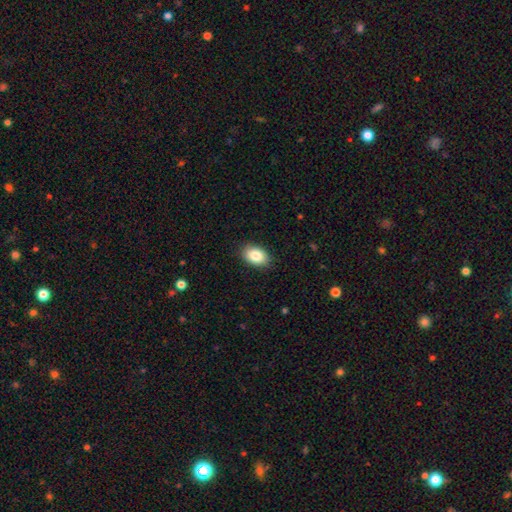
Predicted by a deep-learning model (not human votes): A smooth galaxy with no disk features (85%) that is in between round and cigar-shaped (85%).

Vote fractions:
- Smooth or featured? smooth: 85% / star or artifact: 7% / featured or disk: 7%
- How rounded? in between: 85% / round: 14% / cigar-shaped: 1%
- Merging? none: 88% / minor disturbance: 9% / major disturbance: 2% / merger: 1%